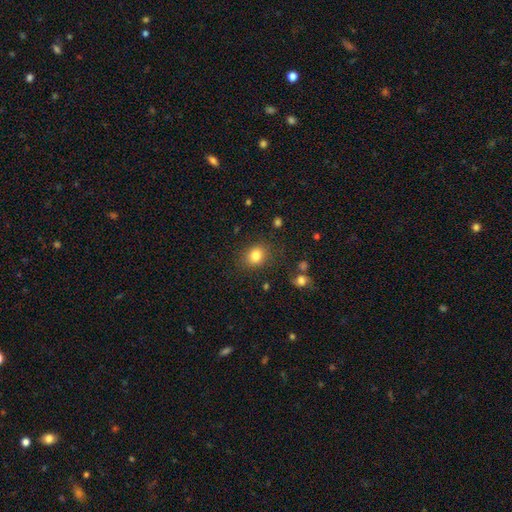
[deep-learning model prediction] Overall: smooth (83%). How rounded: round (61%; in between 38%). Merging: none (83%).